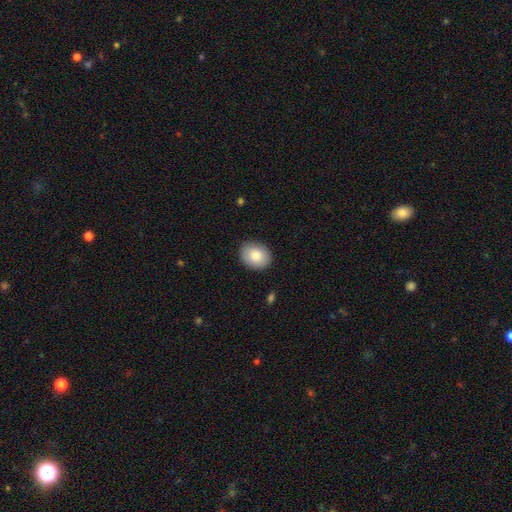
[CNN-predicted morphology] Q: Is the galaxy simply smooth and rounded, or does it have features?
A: smooth — 84%.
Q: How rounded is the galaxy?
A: in between — 50%.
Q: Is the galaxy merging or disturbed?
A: none — 87%.